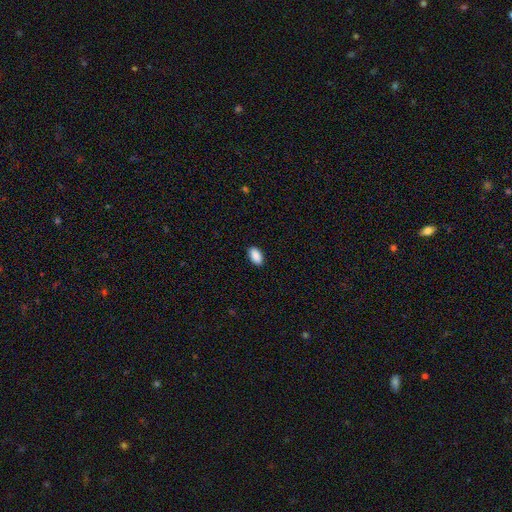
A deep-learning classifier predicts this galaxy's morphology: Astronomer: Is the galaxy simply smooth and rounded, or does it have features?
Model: smooth — 91%.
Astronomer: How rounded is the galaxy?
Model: in between — 94%.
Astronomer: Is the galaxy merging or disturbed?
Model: none — 89%.